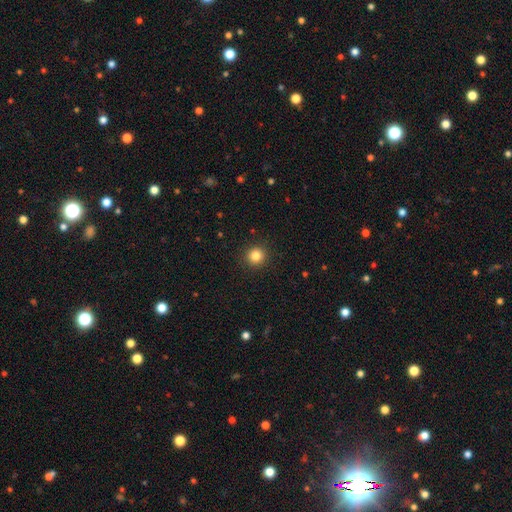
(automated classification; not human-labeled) Morphology: type=smooth (83%); roundness=round (94%); merging=none (92%).